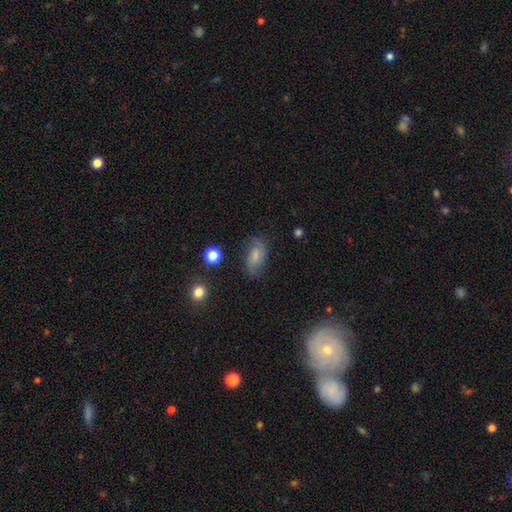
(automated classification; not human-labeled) Overall: smooth (48%; featured or disk 42%). Merging: none (68%).